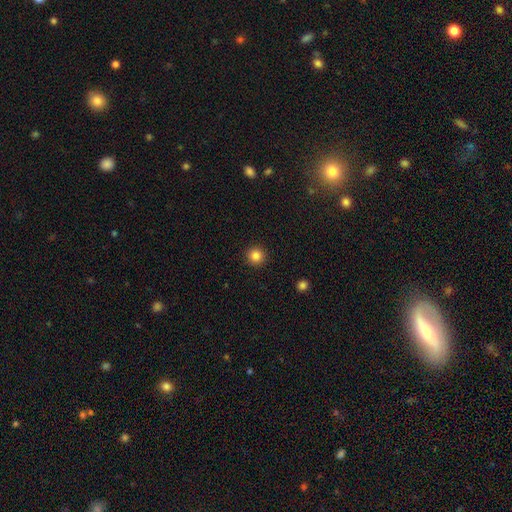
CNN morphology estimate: smooth-or-featured: smooth: 84% | star or artifact: 11% | featured or disk: 4%
  how-rounded: round: 95% | in between: 4% | cigar-shaped: 1%
  merging: none: 93% | minor disturbance: 4% | major disturbance: 2% | merger: 1%